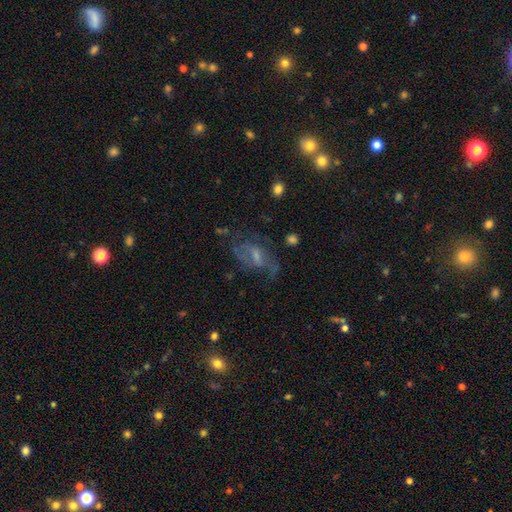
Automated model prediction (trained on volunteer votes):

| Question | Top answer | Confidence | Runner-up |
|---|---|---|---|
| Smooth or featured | featured or disk | 58% | smooth (27%) |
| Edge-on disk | no | 94% | yes (6%) |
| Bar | no | 45% | weak (43%) |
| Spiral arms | yes | 56% | no (44%) |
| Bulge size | small | 41% | moderate (34%) |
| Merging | none | 44% | major disturbance (31%) |